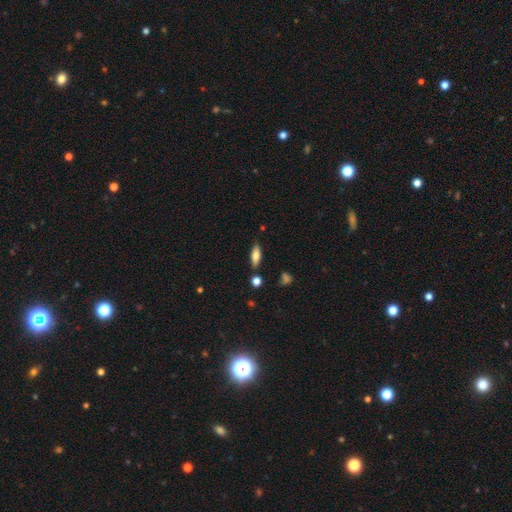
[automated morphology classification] Q: Smooth or featured?
A: smooth (68%); runner-up: featured or disk (24%)
Q: How rounded?
A: in between (58%); runner-up: cigar-shaped (39%)
Q: Merging?
A: none (82%); runner-up: minor disturbance (12%)